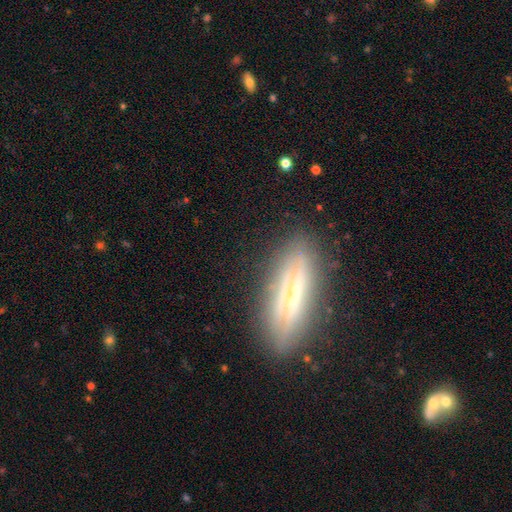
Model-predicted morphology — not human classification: Q: Smooth or featured?
A: featured or disk (59%); runner-up: smooth (31%)
Q: Edge-on disk?
A: yes (72%); runner-up: no (28%)
Q: Merging?
A: none (81%); runner-up: minor disturbance (13%)